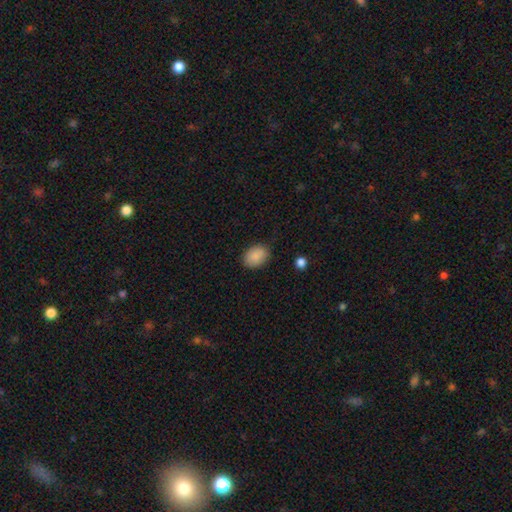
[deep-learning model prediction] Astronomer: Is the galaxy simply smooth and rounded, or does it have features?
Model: smooth — 88%.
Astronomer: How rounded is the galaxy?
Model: in between — 75%.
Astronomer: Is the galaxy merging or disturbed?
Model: none — 86%.